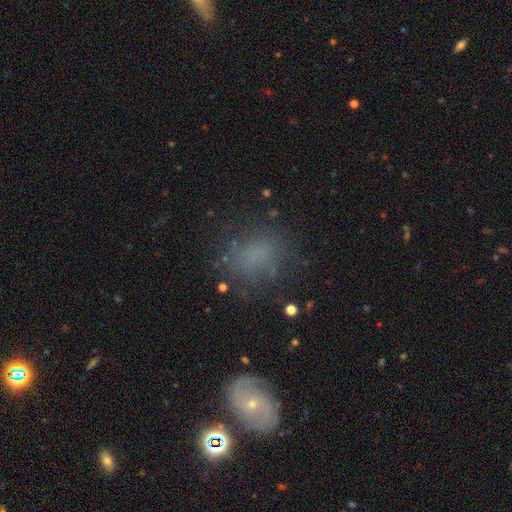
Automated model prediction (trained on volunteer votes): A smooth galaxy with no disk features (60%) that is in between round and cigar-shaped (54%).

Vote fractions:
- Smooth or featured? smooth: 60% / featured or disk: 22% / star or artifact: 18%
- How rounded? in between: 54% / round: 44% / cigar-shaped: 2%
- Merging? none: 67% / minor disturbance: 19% / major disturbance: 11% / merger: 3%